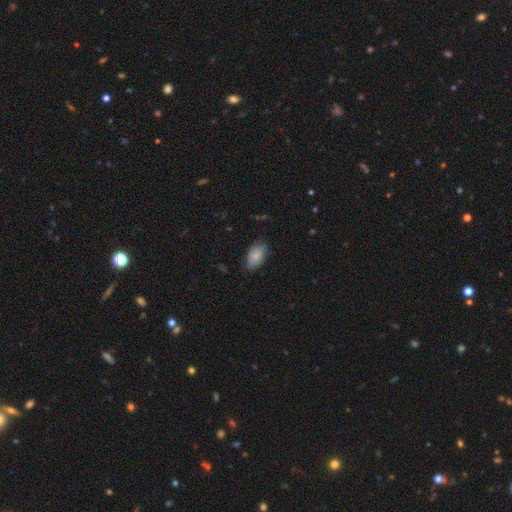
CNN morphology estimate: Smooth or featured? smooth (84%)
How rounded? in between (93%)
Merging? none (75%)